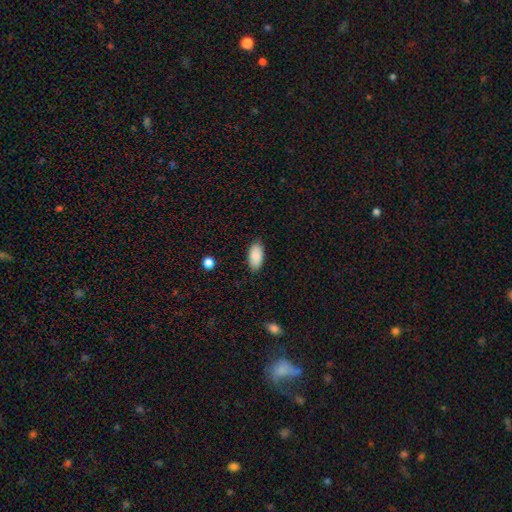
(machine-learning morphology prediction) Smooth or featured?
  - smooth: 89% *
  - star or artifact: 7%
  - featured or disk: 4%
How rounded?
  - in between: 93% *
  - cigar-shaped: 5%
  - round: 2%
Merging?
  - none: 84% *
  - minor disturbance: 12%
  - major disturbance: 3%
  - merger: 1%